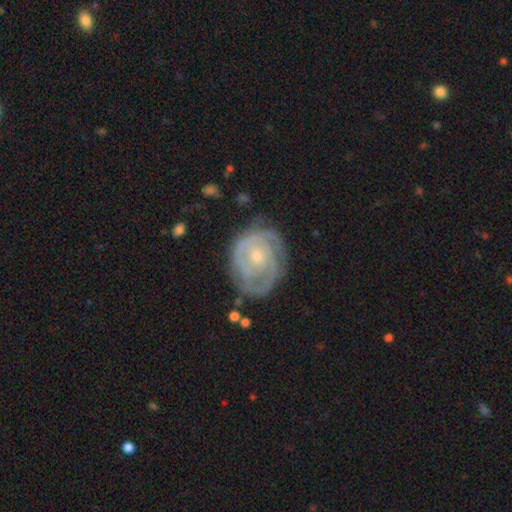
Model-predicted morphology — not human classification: The model was most divided on "spiral arm count": 2: 37%, can't tell: 26%, 3: 21%, 1: 7%, 4: 5%, more than 4: 4%. More confident: edge-on disk — no (98%); spiral arms — yes (94%); smooth or featured — featured or disk (85%); bar — no (75%); spiral winding — tight (74%); merging — none (70%); bulge size — small (62%).